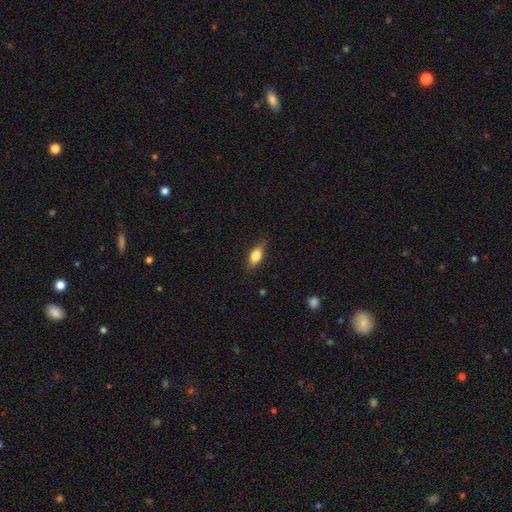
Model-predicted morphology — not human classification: This is likely a smooth galaxy (71%). How rounded: likely in between (78%). Merging: likely none (77%).